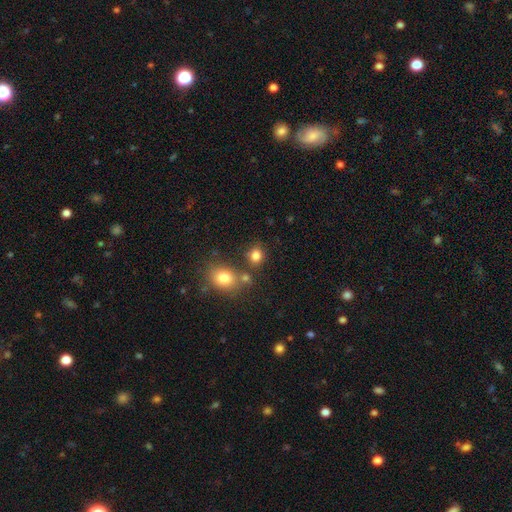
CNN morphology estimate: This is clearly a smooth galaxy (81%). How rounded: likely round (70%). Merging: likely none (72%).